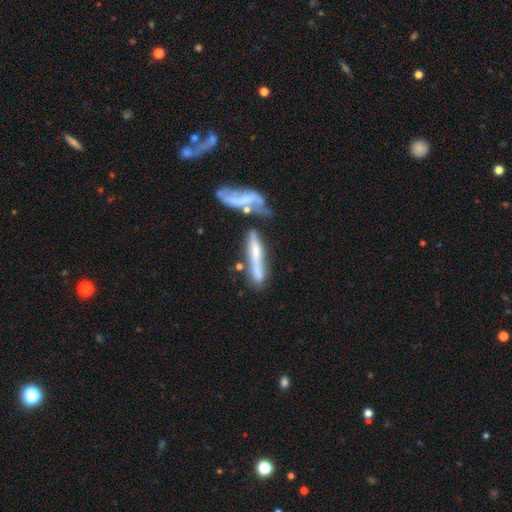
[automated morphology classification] Q: Smooth or featured?
A: featured or disk (52%); runner-up: smooth (41%)
Q: Edge-on disk?
A: yes (72%); runner-up: no (28%)
Q: Merging?
A: none (40%); runner-up: merger (32%)